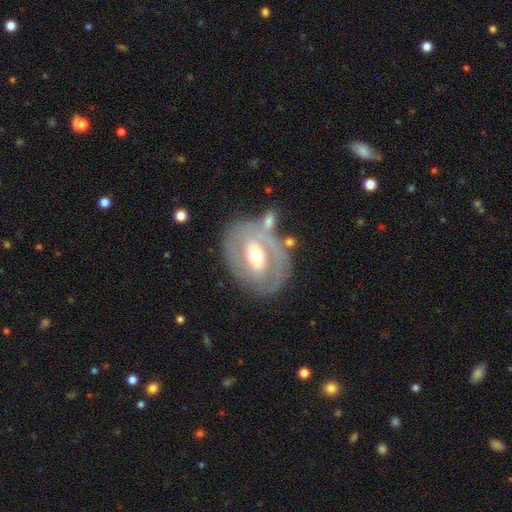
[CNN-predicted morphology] A featured or disk galaxy (76%) with a weak bar (42%), spiral arms (62%) and a moderate central bulge (69%).

Vote fractions:
- Smooth or featured? featured or disk: 76% / smooth: 19% / star or artifact: 5%
- Edge-on disk? no: 94% / yes: 6%
- Bar? weak: 42% / strong: 30% / no: 28%
- Spiral arms? yes: 62% / no: 38%
- Bulge size? moderate: 69% / small: 23% / large: 6% / dominant: 1% / none: 1%
- Merging? none: 65% / minor disturbance: 17% / major disturbance: 9% / merger: 8%